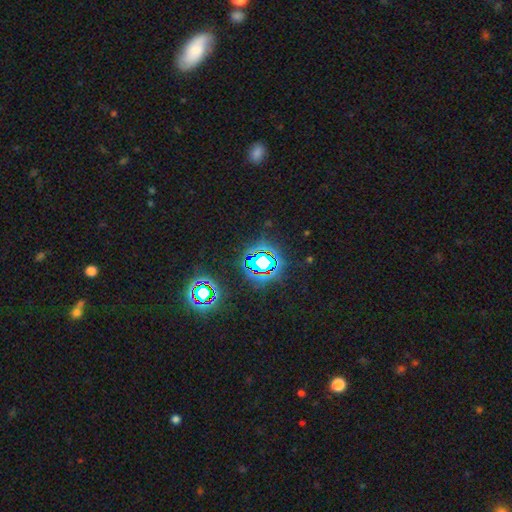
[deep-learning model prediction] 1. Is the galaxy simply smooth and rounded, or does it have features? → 80% star or artifact, 12% smooth, 8% featured or disk.